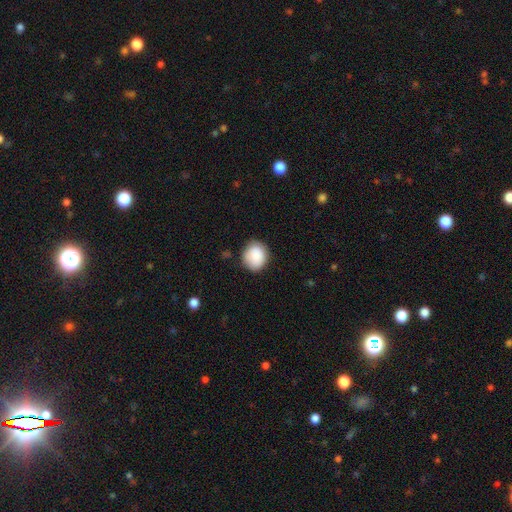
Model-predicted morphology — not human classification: smooth_or_featured: smooth (p=0.88) [alt: star or artifact p=0.07]
how_rounded: round (p=0.78) [alt: in between p=0.21]
merging: none (p=0.82) [alt: minor disturbance p=0.14]